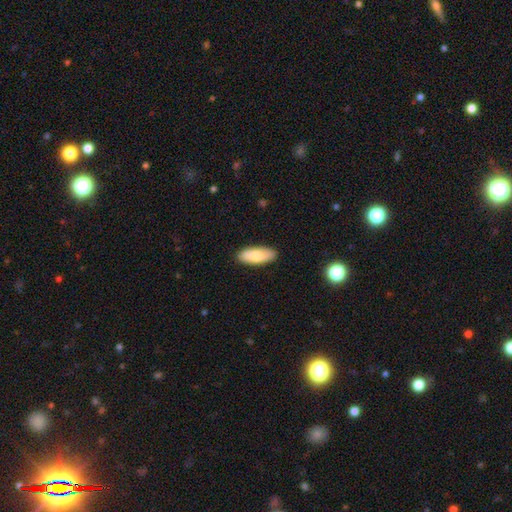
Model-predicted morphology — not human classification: The model was most divided on "how rounded": in between: 79%, cigar-shaped: 19%, round: 2%. More confident: merging — none (88%); smooth or featured — smooth (77%).